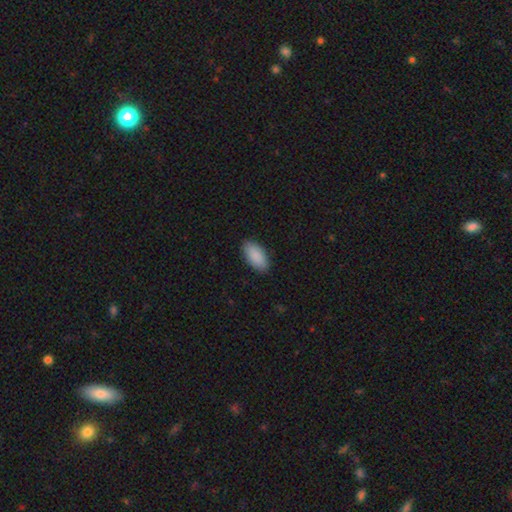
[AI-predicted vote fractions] smooth_or_featured: smooth (p=0.90) [alt: star or artifact p=0.06]
how_rounded: in between (p=0.94) [alt: cigar-shaped p=0.04]
merging: none (p=0.88) [alt: minor disturbance p=0.09]